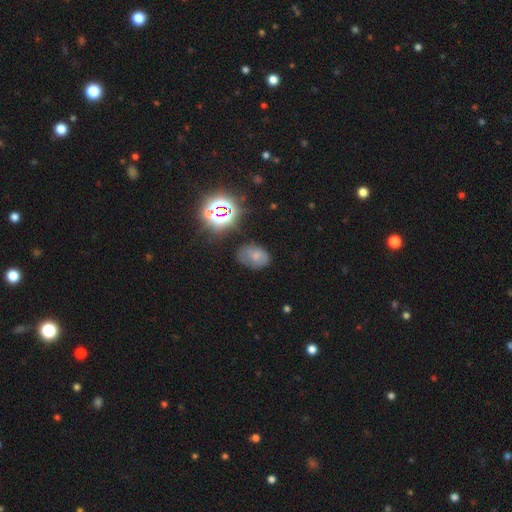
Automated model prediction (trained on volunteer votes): Smooth or featured? smooth (61%)
How rounded? in between (75%)
Merging? none (60%)